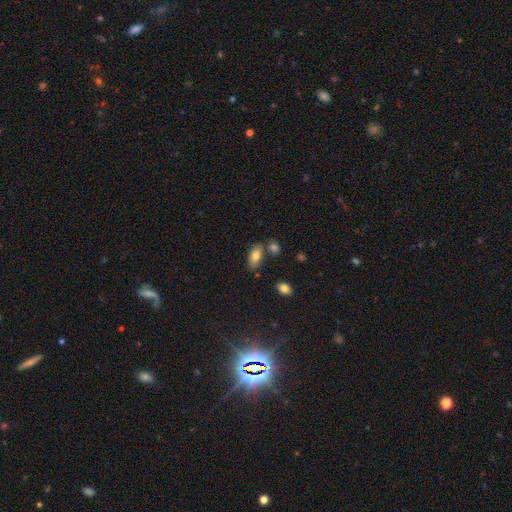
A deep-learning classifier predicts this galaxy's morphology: Smooth or featured?
  - smooth: 81% *
  - featured or disk: 11%
  - star or artifact: 8%
How rounded?
  - in between: 90% *
  - cigar-shaped: 6%
  - round: 3%
Merging?
  - none: 71% *
  - minor disturbance: 15%
  - merger: 11%
  - major disturbance: 4%